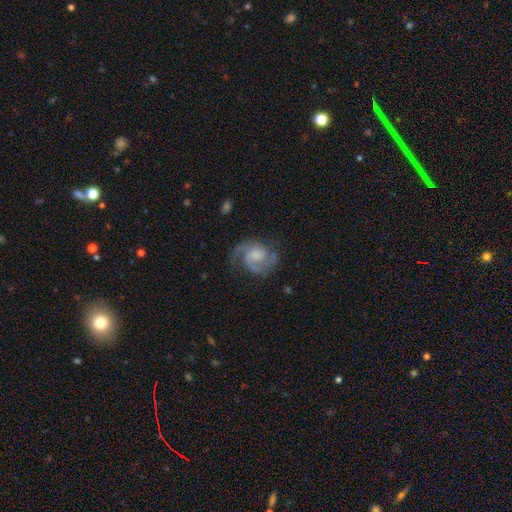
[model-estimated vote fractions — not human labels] Q: Smooth or featured?
A: featured or disk (83%); runner-up: smooth (11%)
Q: Edge-on disk?
A: no (98%); runner-up: yes (2%)
Q: Bar?
A: no (61%); runner-up: weak (34%)
Q: Spiral arms?
A: yes (96%); runner-up: no (4%)
Q: Spiral winding?
A: medium (53%); runner-up: tight (29%)
Q: Spiral arm count?
A: 2 (79%); runner-up: can't tell (6%)
Q: Bulge size?
A: small (37%); runner-up: moderate (31%)
Q: Merging?
A: none (68%); runner-up: minor disturbance (19%)